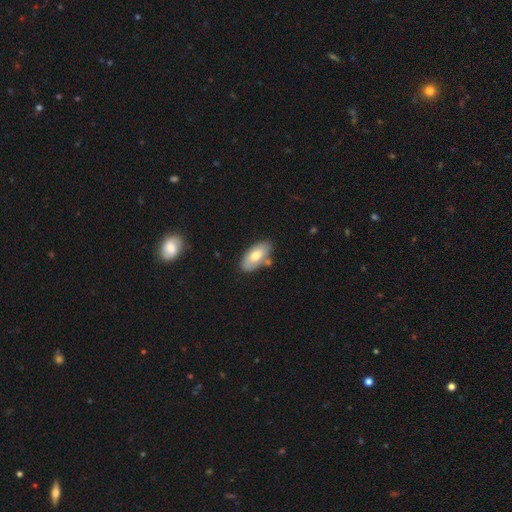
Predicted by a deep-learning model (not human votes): smooth_or_featured: smooth (p=0.68) [alt: featured or disk p=0.26]
how_rounded: in between (p=0.92) [alt: cigar-shaped p=0.05]
merging: none (p=0.72) [alt: minor disturbance p=0.17]